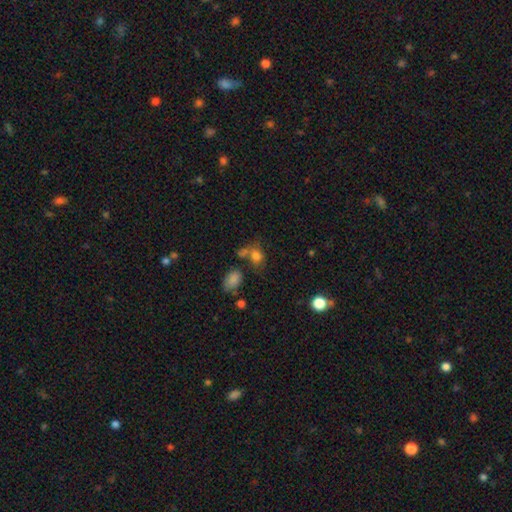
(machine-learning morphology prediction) This appears to be a smooth galaxy with no disk features (77%) that is round (50%). Merging: none (47%).